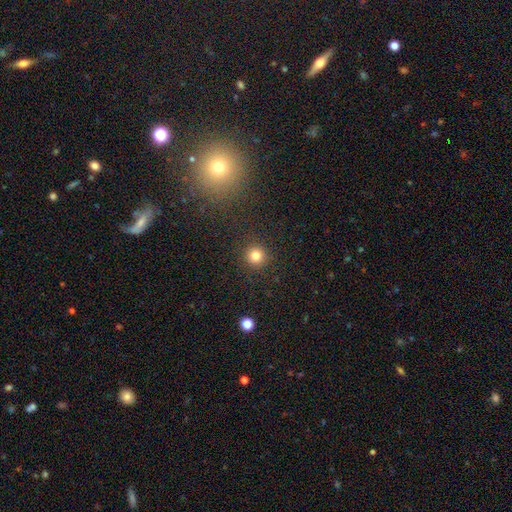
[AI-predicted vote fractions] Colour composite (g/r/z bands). It shows a smooth galaxy with no disk features (81%) that is round (95%). Merging: none (91%).